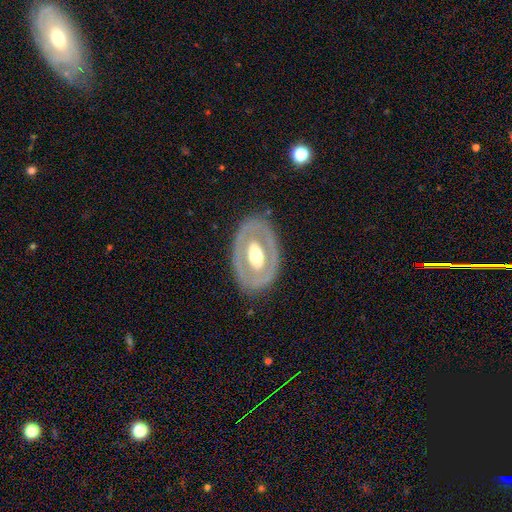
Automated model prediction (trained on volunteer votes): This is likely a featured or disk galaxy (67%). It is clearly not viewed edge-on (90%). Bar: likely no (67%). Spiral arm pattern: clearly no (85%). Central bulge: likely moderate (64%). Merging: clearly none (81%).